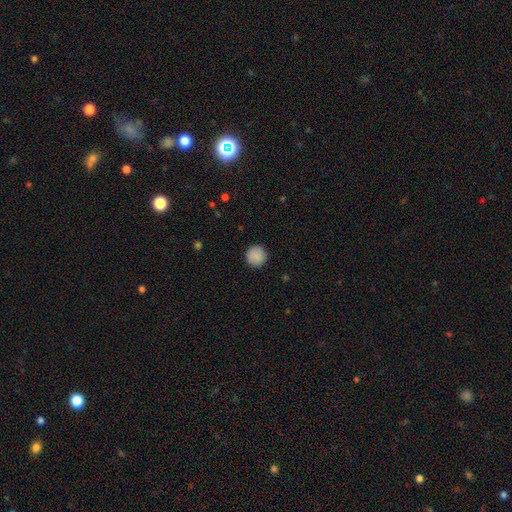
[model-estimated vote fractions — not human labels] A smooth galaxy with no disk features (90%) that is round (96%).

Vote fractions:
- Smooth or featured? smooth: 90% / star or artifact: 8% / featured or disk: 3%
- How rounded? round: 96% / in between: 3% / cigar-shaped: 1%
- Merging? none: 92% / minor disturbance: 5% / major disturbance: 2% / merger: 1%